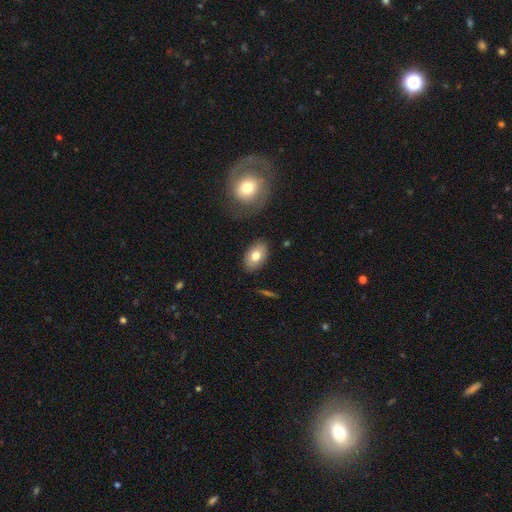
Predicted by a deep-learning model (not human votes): Smooth or featured? smooth (75%)
How rounded? in between (90%)
Merging? none (83%)